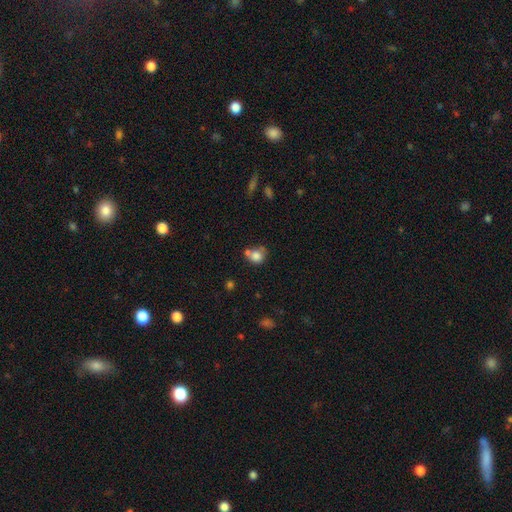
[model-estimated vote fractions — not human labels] smooth 79%, featured or disk 11%, star or artifact 10%. Down the decision tree: how rounded — round (74%); merging — none (41%).